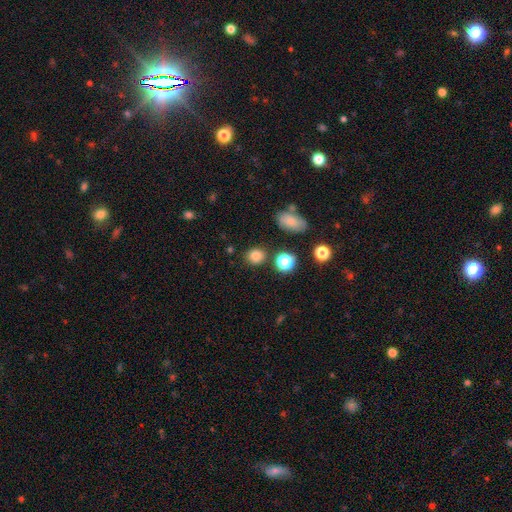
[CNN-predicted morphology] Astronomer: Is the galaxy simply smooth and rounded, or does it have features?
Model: smooth — 81%.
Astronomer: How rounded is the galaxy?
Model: round — 77%.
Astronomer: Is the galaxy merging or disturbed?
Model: none — 84%.